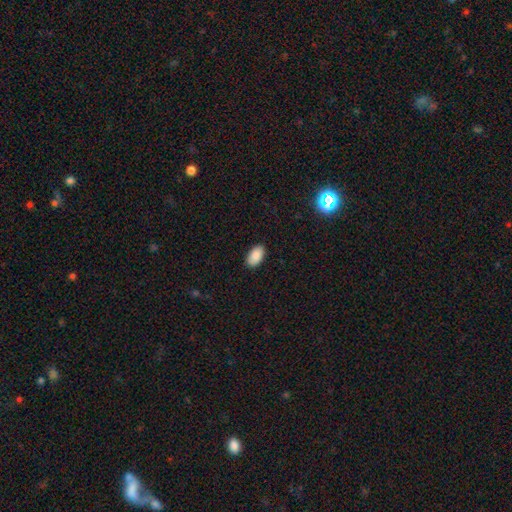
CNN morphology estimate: This appears to be a smooth galaxy with no disk features (89%) that is in between round and cigar-shaped (95%). Merging: none (88%).